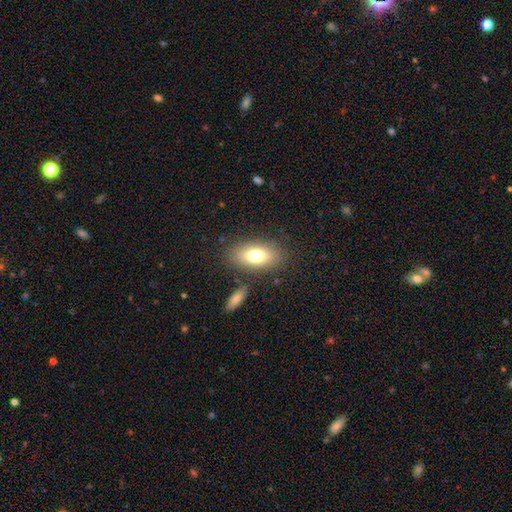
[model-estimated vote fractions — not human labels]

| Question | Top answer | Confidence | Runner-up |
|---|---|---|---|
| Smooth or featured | smooth | 75% | featured or disk (17%) |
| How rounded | in between | 88% | cigar-shaped (6%) |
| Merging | none | 81% | minor disturbance (11%) |